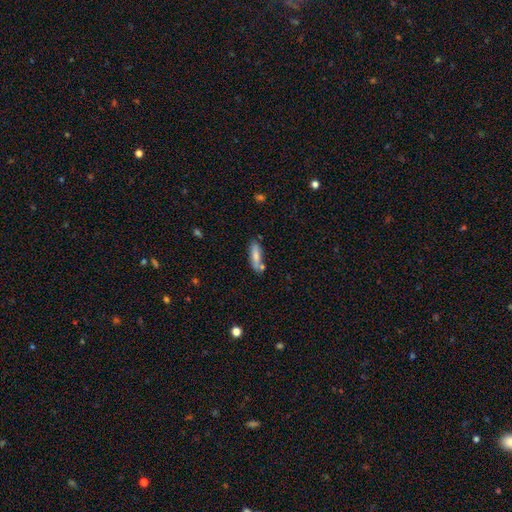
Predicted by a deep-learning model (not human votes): smooth-or-featured: smooth: 78% | featured or disk: 15% | star or artifact: 7%
  how-rounded: cigar-shaped: 57% | in between: 41% | round: 2%
  merging: none: 67% | minor disturbance: 17% | merger: 13% | major disturbance: 4%